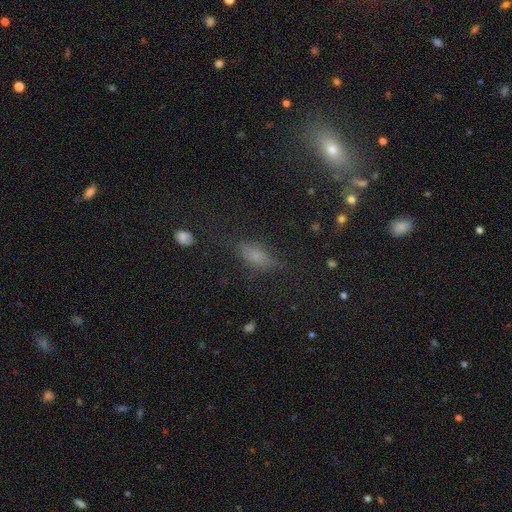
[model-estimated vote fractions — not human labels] The model was most divided on "smooth or featured": smooth: 65%, star or artifact: 20%, featured or disk: 15%. More confident: how rounded — in between (77%); merging — none (69%).